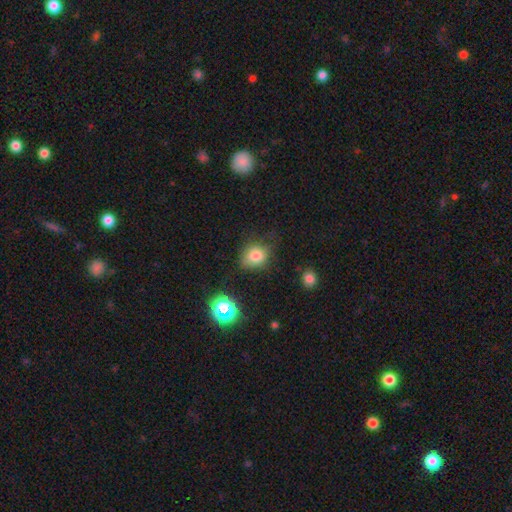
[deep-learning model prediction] The model was most divided on "how rounded": round: 63%, in between: 36%, cigar-shaped: 1%. More confident: smooth or featured — smooth (78%); merging — none (67%).